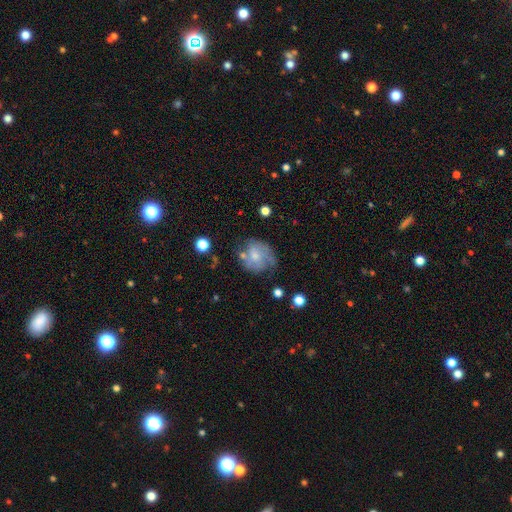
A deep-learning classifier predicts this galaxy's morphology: This appears to be a smooth galaxy with no disk features (46%, tied with featured or disk). Merging: none (47%).